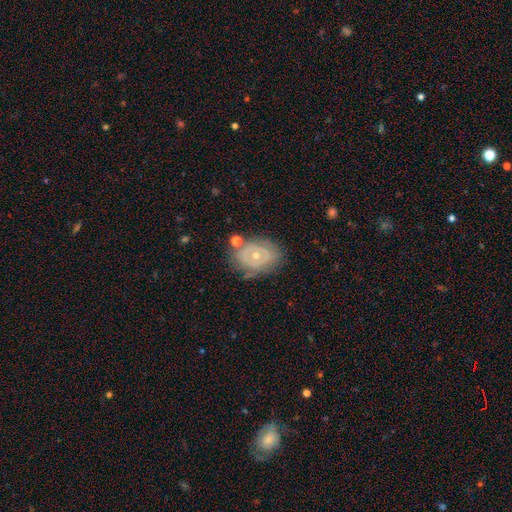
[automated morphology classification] Smooth or featured?
  - featured or disk: 64% *
  - smooth: 28%
  - star or artifact: 8%
Edge-on disk?
  - no: 95% *
  - yes: 5%
Bar?
  - no: 79% *
  - weak: 16%
  - strong: 5%
Spiral arms?
  - no: 58% *
  - yes: 42%
Bulge size?
  - small: 53% *
  - moderate: 43%
  - large: 2%
  - none: 1%
  - dominant: 1%
Merging?
  - none: 70% *
  - minor disturbance: 18%
  - major disturbance: 7%
  - merger: 5%